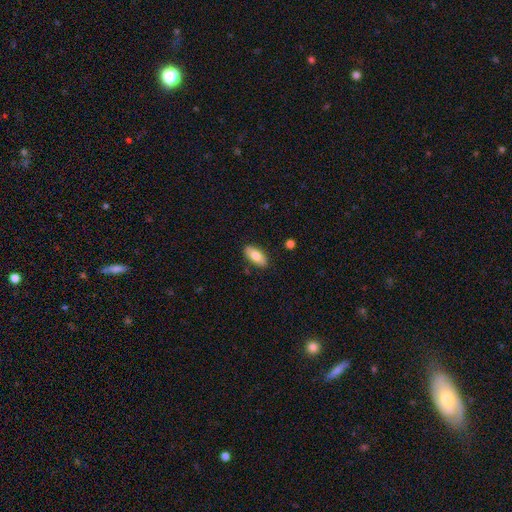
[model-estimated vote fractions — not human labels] A smooth galaxy with no disk features (79%) that is in between round and cigar-shaped (86%). Merging: none (87%).